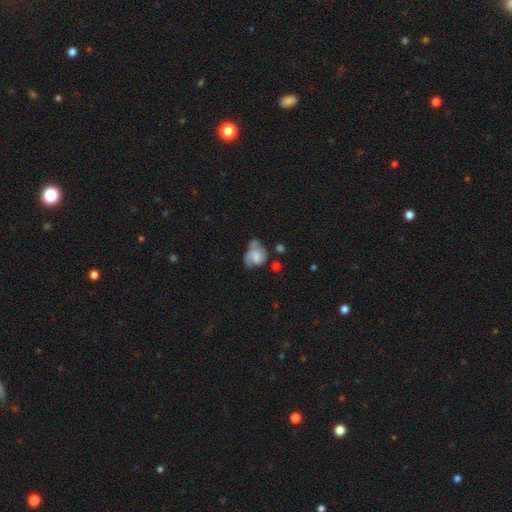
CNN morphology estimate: Smooth or featured?
  - smooth: 50% *
  - featured or disk: 41%
  - star or artifact: 8%
How rounded?
  - in between: 53% *
  - round: 46%
  - cigar-shaped: 1%
Merging?
  - none: 29% *
  - minor disturbance: 28%
  - major disturbance: 26%
  - merger: 16%